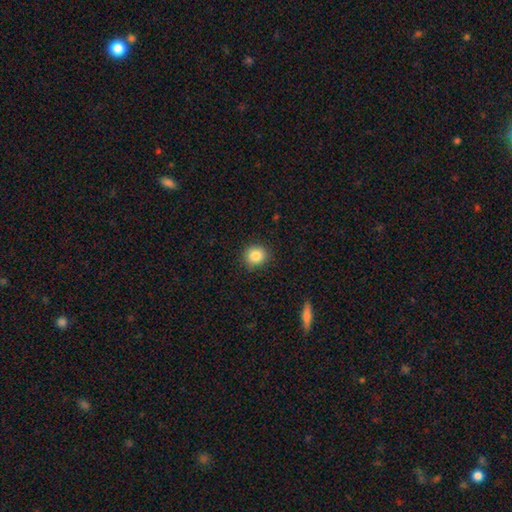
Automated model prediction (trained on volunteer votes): Smooth or featured?
  - smooth: 85% *
  - star or artifact: 10%
  - featured or disk: 5%
How rounded?
  - round: 89% *
  - in between: 10%
  - cigar-shaped: 1%
Merging?
  - none: 89% *
  - minor disturbance: 8%
  - major disturbance: 2%
  - merger: 1%